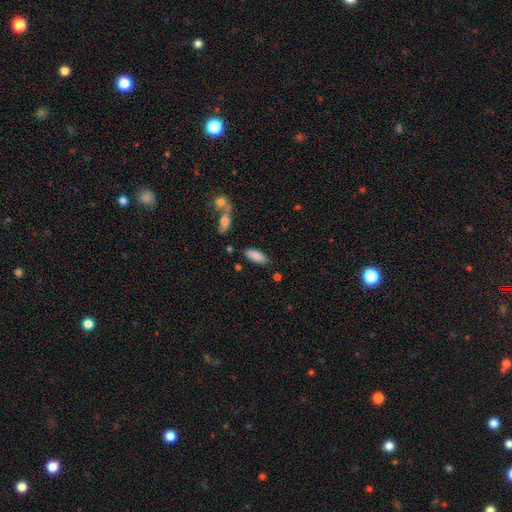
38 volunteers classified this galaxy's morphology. smooth 95%, star or artifact 5%, featured or disk 0%. Down the decision tree: how rounded — in between (81%); merging — none (83%).